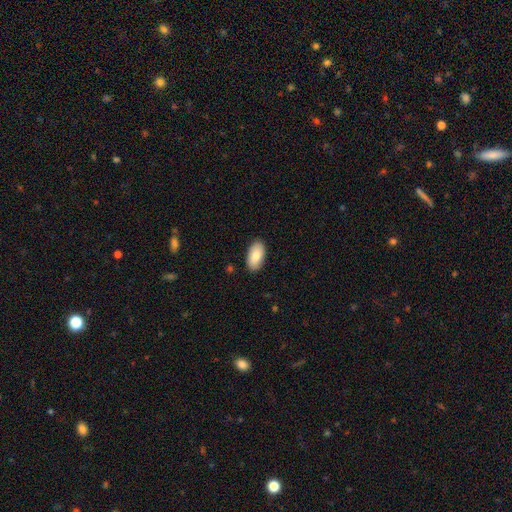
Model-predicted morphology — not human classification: A smooth galaxy with no disk features (86%) that is in between round and cigar-shaped (95%). Merging: none (89%).